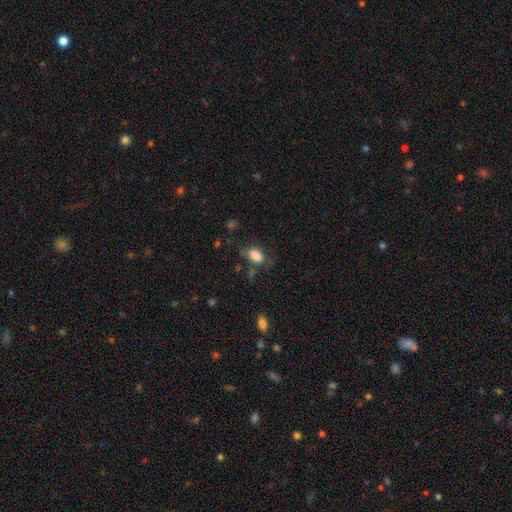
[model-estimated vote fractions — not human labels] Smooth or featured: smooth — 83% (star or artifact — 9%)
How rounded: in between — 88% (round — 9%)
Merging: none — 60% (minor disturbance — 24%)